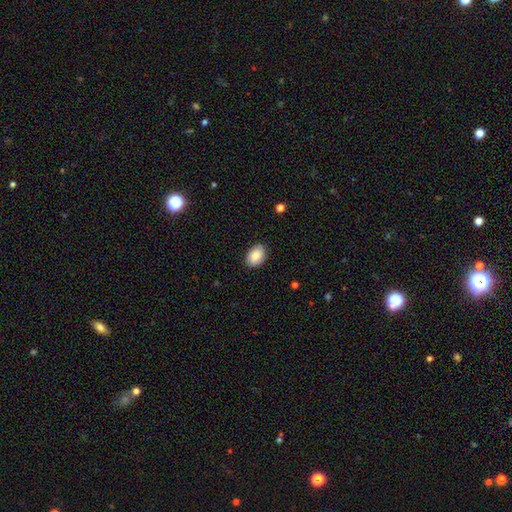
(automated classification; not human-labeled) This is clearly a smooth galaxy (83%). How rounded: clearly in between (85%). Merging: clearly none (86%).